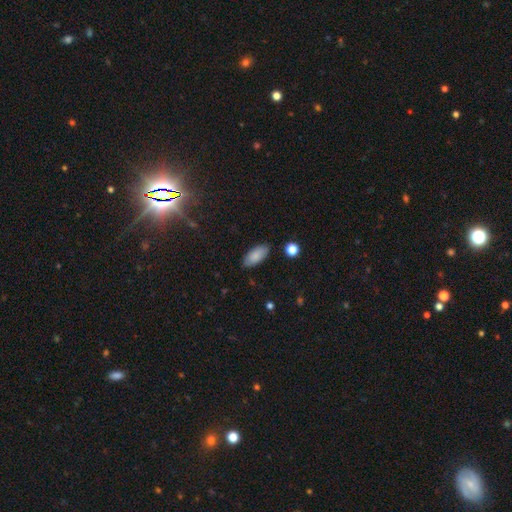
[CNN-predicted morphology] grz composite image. It shows a smooth galaxy with no disk features (86%) that is in between round and cigar-shaped (90%). Merging: none (85%).